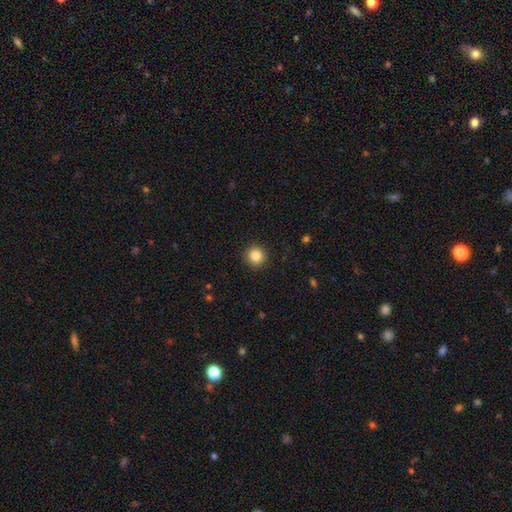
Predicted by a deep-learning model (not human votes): A smooth galaxy with no disk features (85%) that is round (94%). Merging: none (92%).